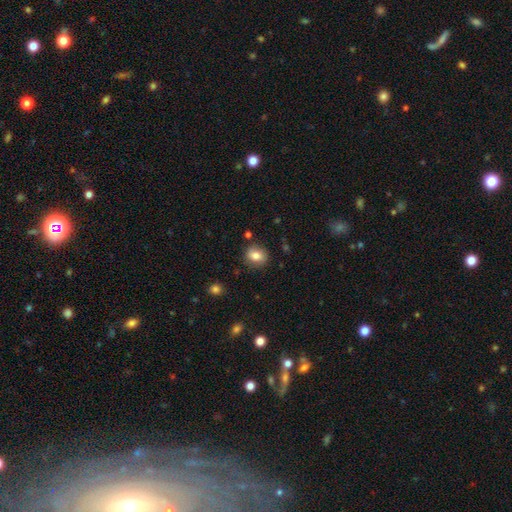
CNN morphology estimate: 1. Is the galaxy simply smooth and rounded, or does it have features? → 79% smooth, 11% featured or disk, 10% star or artifact.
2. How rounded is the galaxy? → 68% round, 31% in between, 1% cigar-shaped.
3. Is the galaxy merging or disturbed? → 84% none, 10% minor disturbance, 3% major disturbance, 3% merger.